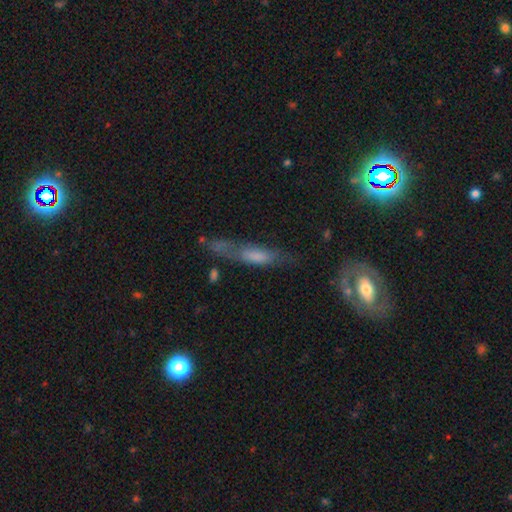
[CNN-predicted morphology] A featured or disk galaxy (46%). Merging: none (57%).